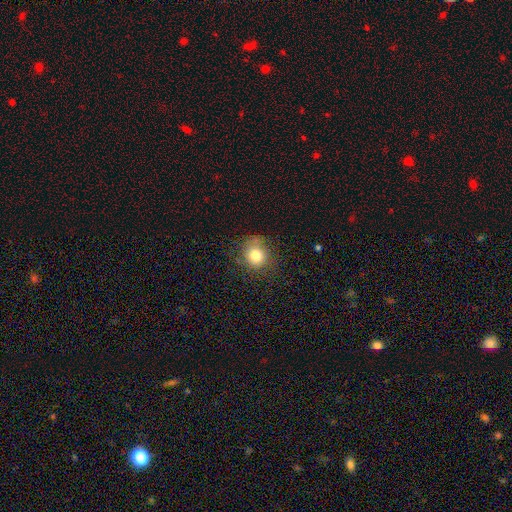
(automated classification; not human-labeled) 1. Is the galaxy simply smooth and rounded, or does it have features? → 78% smooth, 12% star or artifact, 10% featured or disk.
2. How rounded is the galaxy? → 84% round, 15% in between, 1% cigar-shaped.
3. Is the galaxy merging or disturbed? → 72% none, 19% minor disturbance, 7% major disturbance, 2% merger.